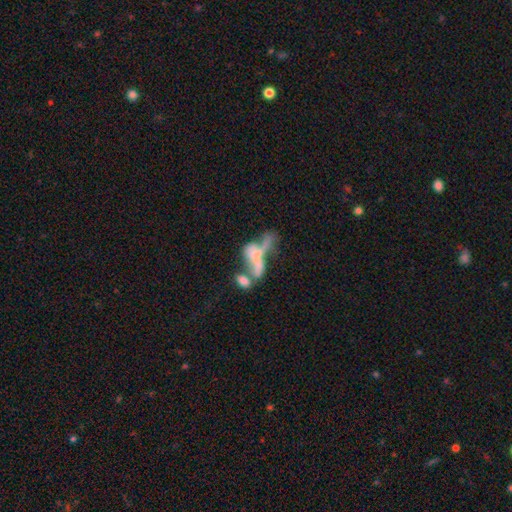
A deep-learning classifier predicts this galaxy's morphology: This is possibly a featured or disk galaxy (51%). It is clearly not viewed edge-on (82%). Merging: possibly merger (57%).